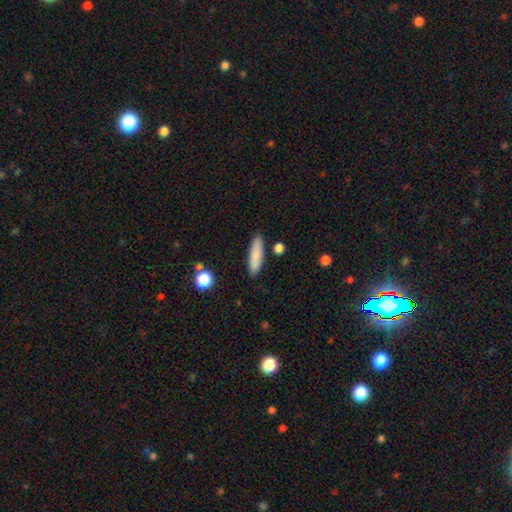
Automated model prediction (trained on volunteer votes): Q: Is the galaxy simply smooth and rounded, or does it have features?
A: smooth — 83%.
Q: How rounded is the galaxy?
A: cigar-shaped — 68%.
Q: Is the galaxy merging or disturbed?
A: none — 87%.